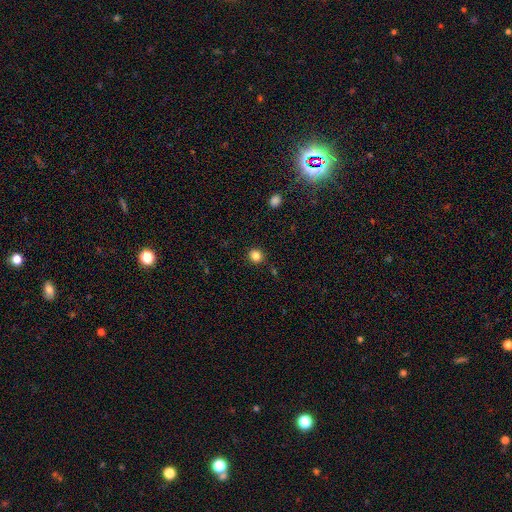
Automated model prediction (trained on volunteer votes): Overall: smooth (84%). How rounded: round (87%). Merging: none (90%).